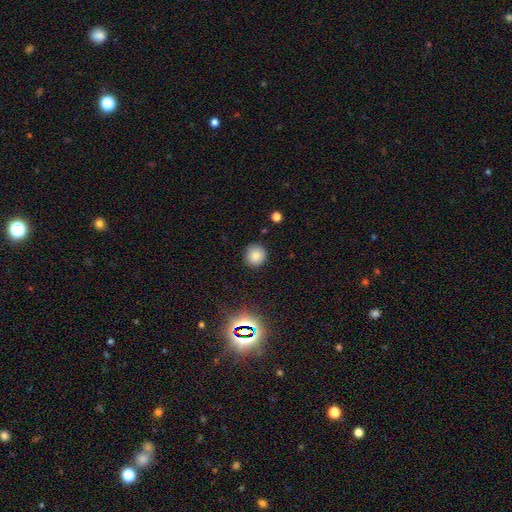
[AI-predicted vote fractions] Smooth or featured?
  - smooth: 82% *
  - star or artifact: 12%
  - featured or disk: 6%
How rounded?
  - round: 92% *
  - in between: 7%
  - cigar-shaped: 1%
Merging?
  - none: 89% *
  - minor disturbance: 7%
  - major disturbance: 2%
  - merger: 1%